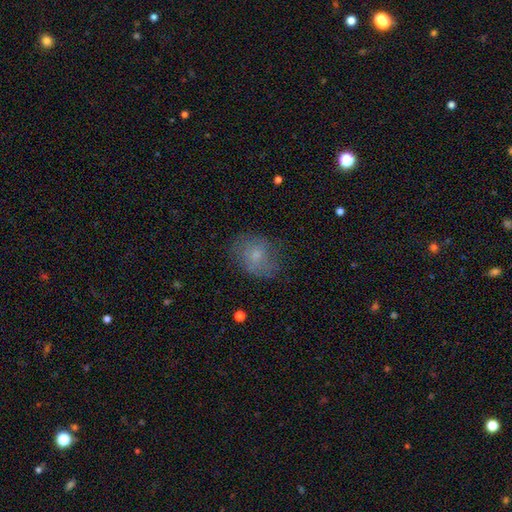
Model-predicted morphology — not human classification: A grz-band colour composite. It shows a smooth galaxy with no disk features (62%) that is round (52%). Merging: none (62%).